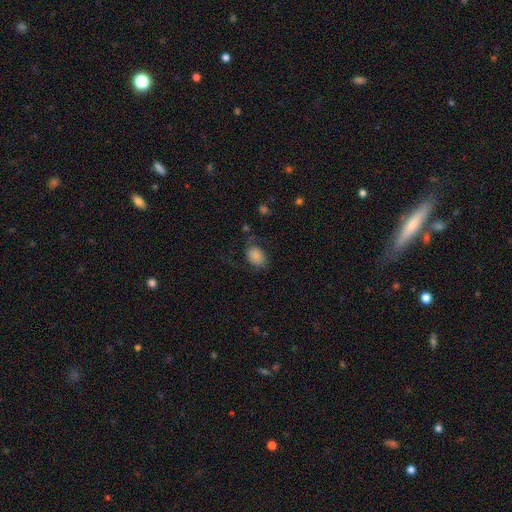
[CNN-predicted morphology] Overall: smooth (68%). How rounded: in between (73%). Merging: none (49%; major disturbance 26%).